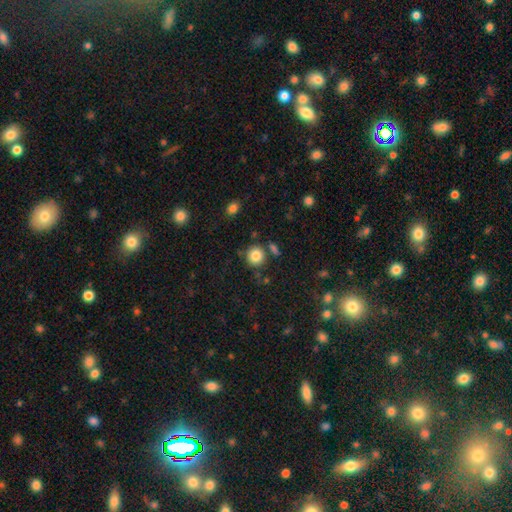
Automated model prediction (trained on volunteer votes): smooth-or-featured: smooth: 84% | star or artifact: 10% | featured or disk: 6%
  how-rounded: round: 89% | in between: 10% | cigar-shaped: 1%
  merging: none: 80% | minor disturbance: 10% | merger: 7% | major disturbance: 3%